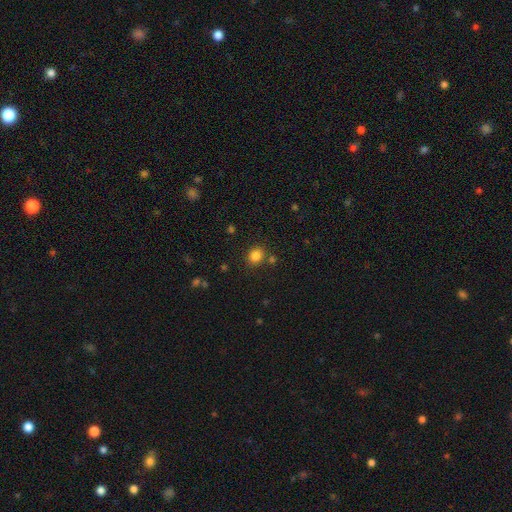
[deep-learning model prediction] smooth 83%, star or artifact 12%, featured or disk 5%. Down the decision tree: how rounded — round (70%); merging — none (81%).